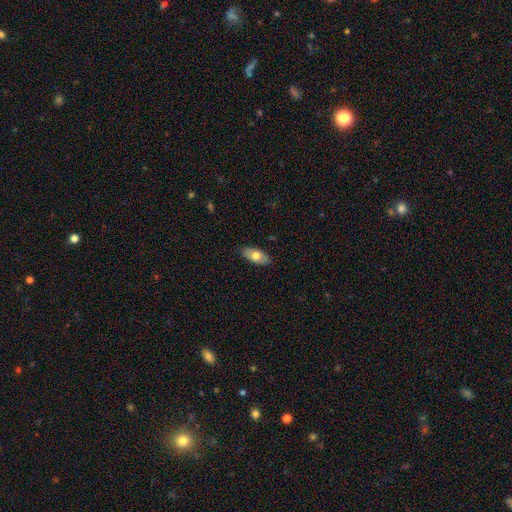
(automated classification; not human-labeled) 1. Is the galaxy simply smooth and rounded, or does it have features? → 68% smooth, 26% featured or disk, 6% star or artifact.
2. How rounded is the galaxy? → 90% in between, 7% cigar-shaped, 3% round.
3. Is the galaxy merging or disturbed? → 87% none, 10% minor disturbance, 2% major disturbance, 1% merger.